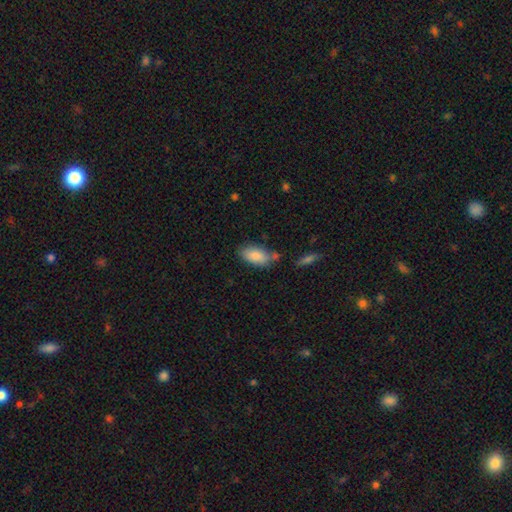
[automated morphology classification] smooth-or-featured: smooth: 84% | featured or disk: 9% | star or artifact: 7%
  how-rounded: in between: 91% | cigar-shaped: 7% | round: 3%
  merging: none: 63% | minor disturbance: 21% | merger: 12% | major disturbance: 5%